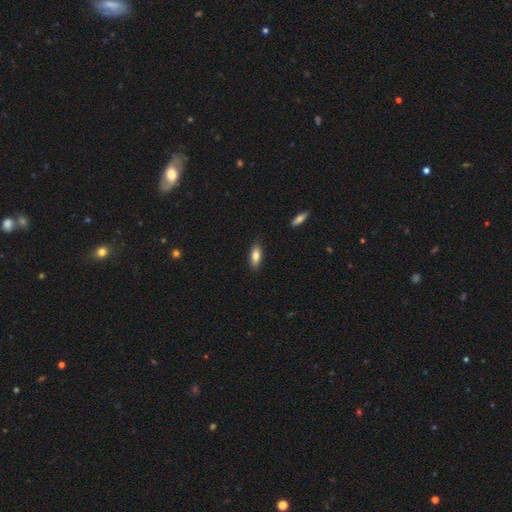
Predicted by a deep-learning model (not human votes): This appears to be a smooth galaxy with no disk features (83%) that is in between round and cigar-shaped (74%). Merging: none (87%).